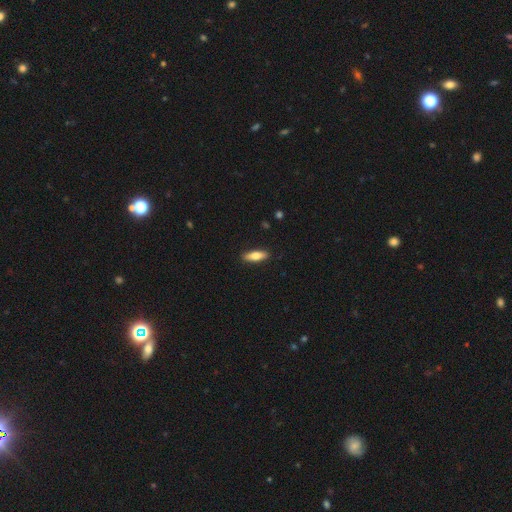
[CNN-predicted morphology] Smooth or featured?
  - smooth: 75% *
  - featured or disk: 19%
  - star or artifact: 6%
How rounded?
  - in between: 54% *
  - cigar-shaped: 44%
  - round: 2%
Merging?
  - none: 89% *
  - minor disturbance: 8%
  - major disturbance: 2%
  - merger: 1%